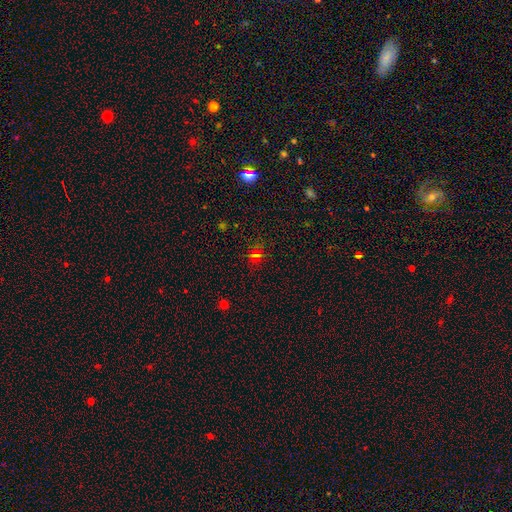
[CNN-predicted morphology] A star or artifact, not a galaxy (50%).

Vote fractions:
- Smooth or featured? star or artifact: 50% / smooth: 38% / featured or disk: 11%